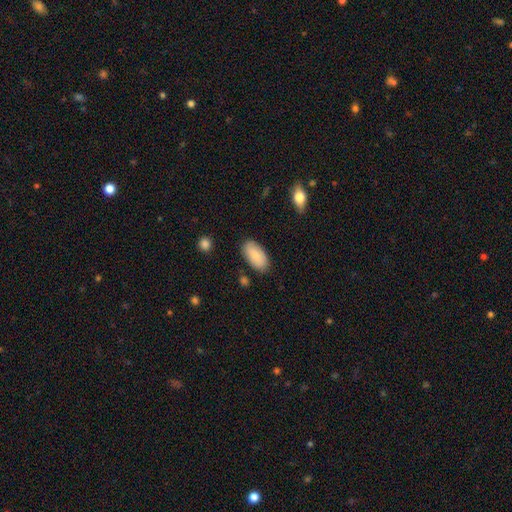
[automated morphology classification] The model was most divided on "merging": none: 83%, minor disturbance: 12%, major disturbance: 3%, merger: 2%. More confident: how rounded — in between (94%); smooth or featured — smooth (84%).